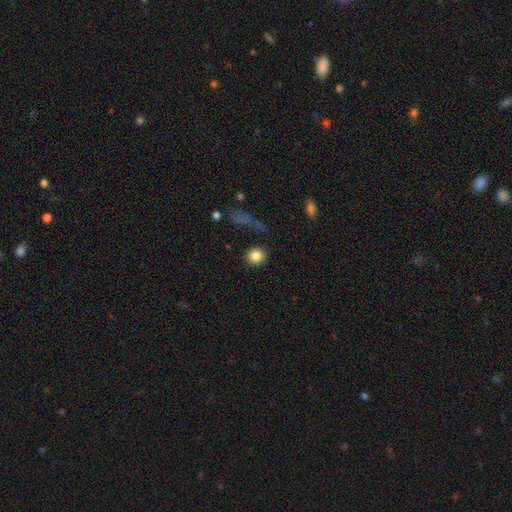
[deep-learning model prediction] This appears to be a smooth galaxy with no disk features (84%) that is round (88%). Merging: none (86%).